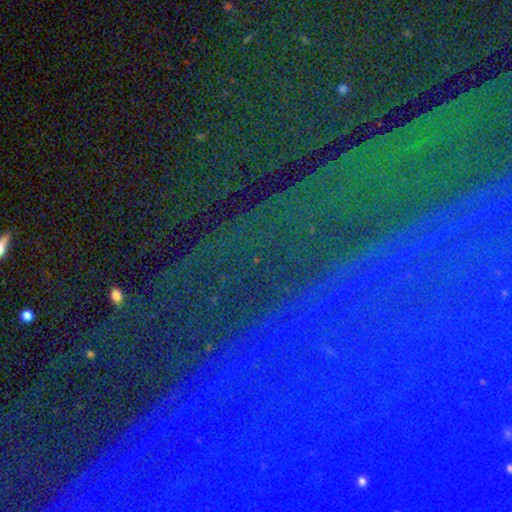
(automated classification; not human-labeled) A star or artifact, not a galaxy (87%).